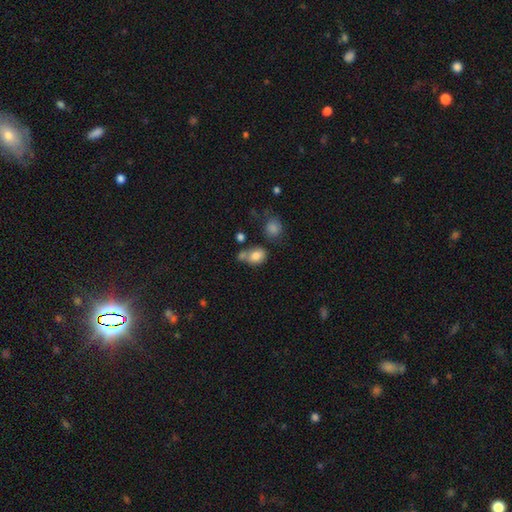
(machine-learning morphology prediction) This is likely a smooth galaxy (79%). How rounded: possibly in between (58%). Merging: marginally none (41%).